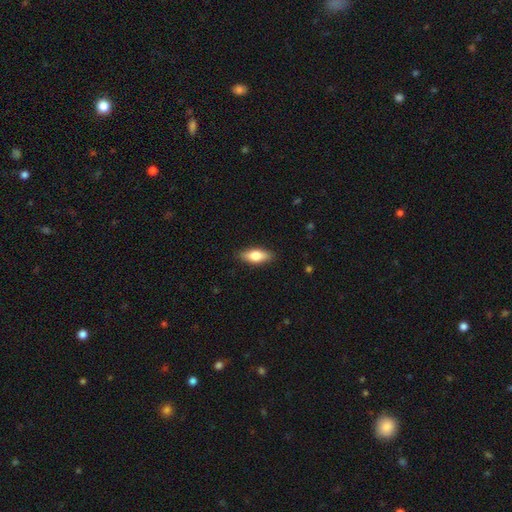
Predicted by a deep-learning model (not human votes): smooth_or_featured: smooth (p=0.70) [alt: featured or disk p=0.23]
how_rounded: in between (p=0.74) [alt: cigar-shaped p=0.23]
merging: none (p=0.87) [alt: minor disturbance p=0.10]